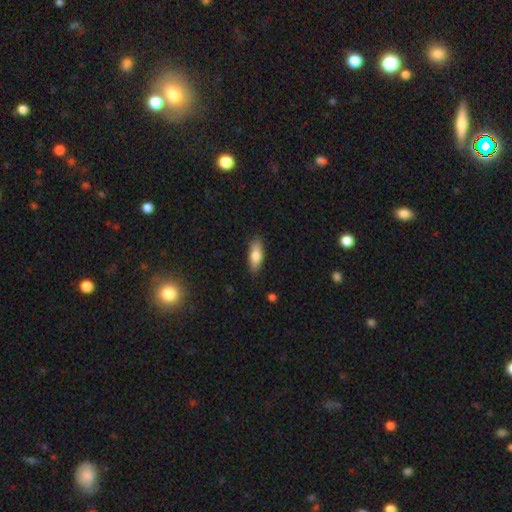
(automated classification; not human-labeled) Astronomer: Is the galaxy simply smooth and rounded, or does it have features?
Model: smooth — 79%.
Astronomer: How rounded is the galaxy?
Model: in between — 70%.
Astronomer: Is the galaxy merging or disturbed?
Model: none — 86%.